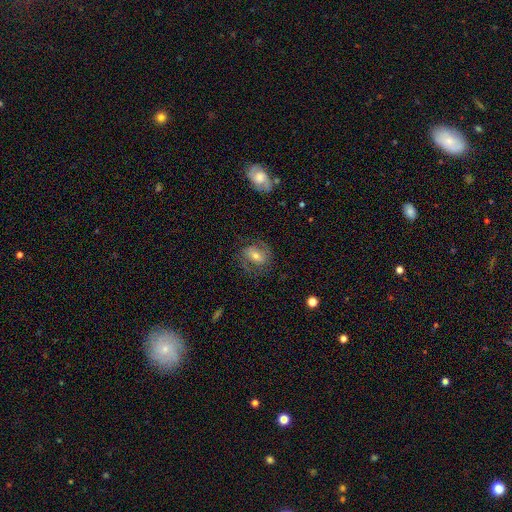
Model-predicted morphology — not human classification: Smooth or featured? Predicted: featured or disk (p=0.58). Edge-on disk? Predicted: no (p=0.95). Bar? Predicted: weak (p=0.40). Spiral arms? Predicted: yes (p=0.77). Bulge size? Predicted: moderate (p=0.56). Merging? Predicted: none (p=0.73).